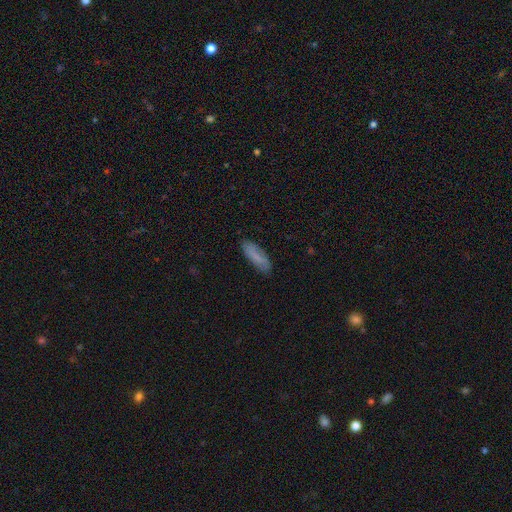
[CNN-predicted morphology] Smooth or featured?
  - smooth: 77% *
  - featured or disk: 17%
  - star or artifact: 7%
How rounded?
  - in between: 52% *
  - cigar-shaped: 46%
  - round: 2%
Merging?
  - none: 85% *
  - minor disturbance: 12%
  - major disturbance: 3%
  - merger: 1%